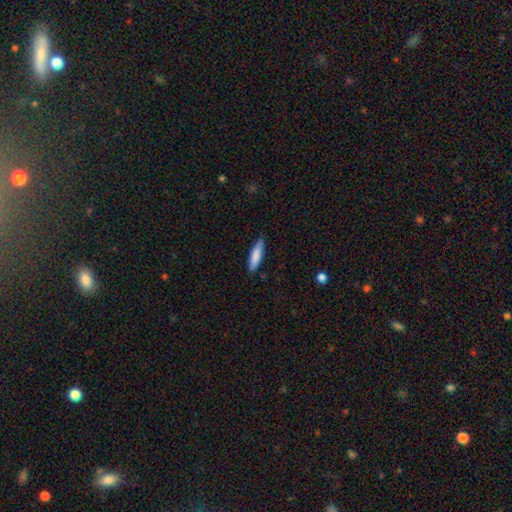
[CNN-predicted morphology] Smooth or featured? smooth (82%)
How rounded? cigar-shaped (72%)
Merging? none (85%)